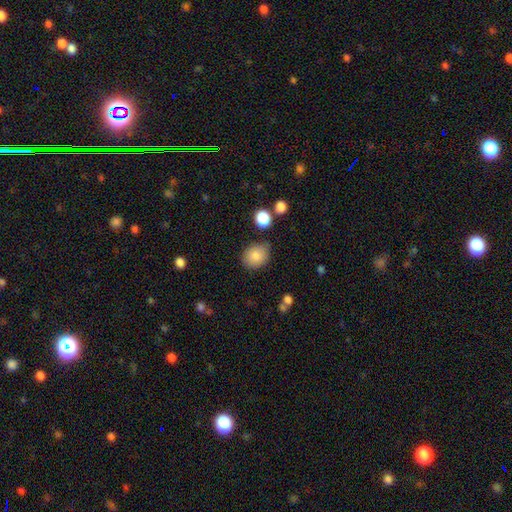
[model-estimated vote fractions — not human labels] The model was most divided on "how rounded": round: 59%, in between: 40%, cigar-shaped: 1%. More confident: smooth or featured — smooth (84%); merging — none (77%).